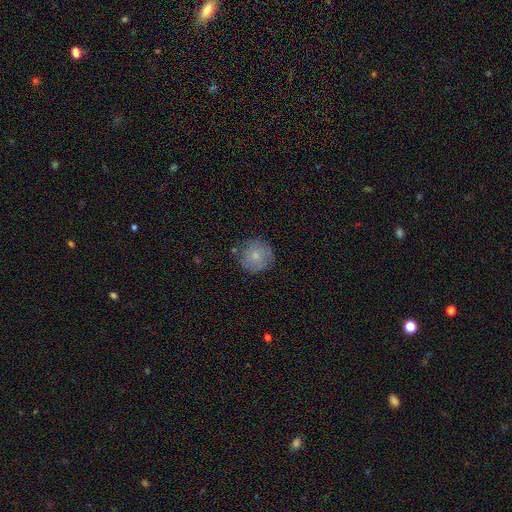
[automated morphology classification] This appears to be a smooth galaxy with no disk features (75%) that is round (94%). Merging: none (78%).